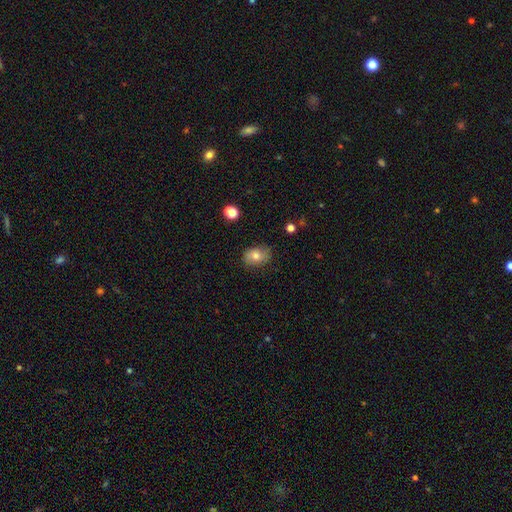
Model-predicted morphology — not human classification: Overall: smooth (75%). How rounded: in between (70%). Merging: none (76%).